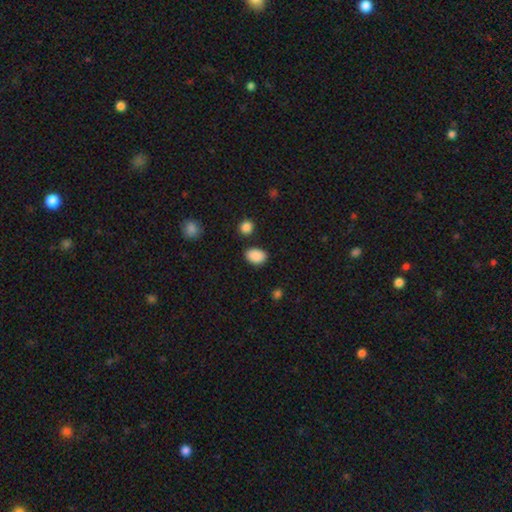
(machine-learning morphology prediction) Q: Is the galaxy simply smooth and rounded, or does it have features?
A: smooth — 89%.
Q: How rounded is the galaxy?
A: in between — 81%.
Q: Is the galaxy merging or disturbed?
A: none — 81%.